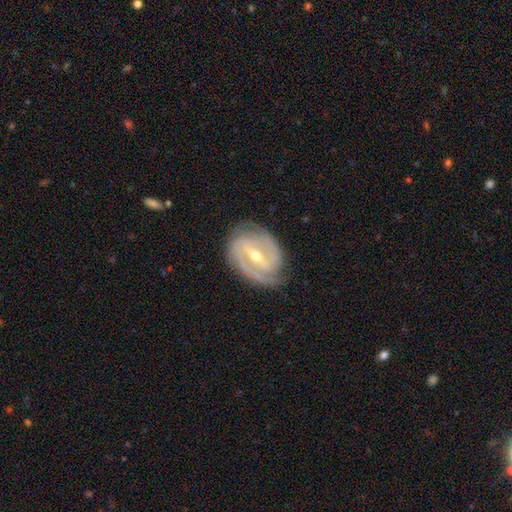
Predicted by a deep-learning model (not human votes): smooth_or_featured: featured or disk (p=0.89) [alt: smooth p=0.06]
disk_edge_on: no (p=0.96) [alt: yes p=0.04]
bar: strong (p=0.47) [alt: weak p=0.41]
has_spiral_arms: yes (p=0.96) [alt: no p=0.04]
spiral_winding: tight (p=0.61) [alt: medium p=0.32]
spiral_arm_count: 2 (p=0.65) [alt: 3 p=0.16]
bulge_size: moderate (p=0.58) [alt: small p=0.39]
merging: none (p=0.79) [alt: minor disturbance p=0.16]